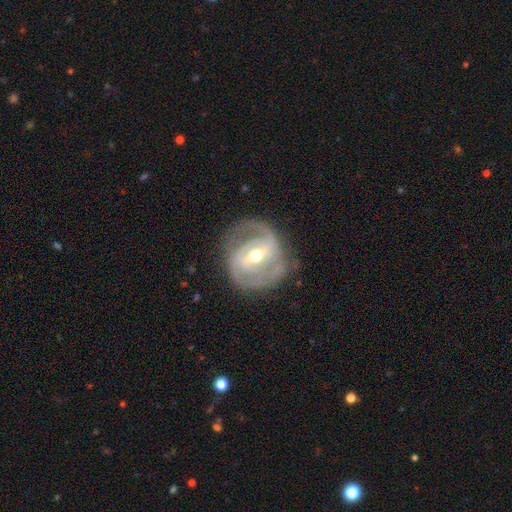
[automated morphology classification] This is clearly a featured or disk galaxy (84%). It is clearly not viewed edge-on (96%). Bar: marginally strong (43%). Spiral arm pattern: clearly yes (91%). Spiral arm count: likely 2 (67%). Spiral winding: marginally medium (43%, tied with tight). Central bulge: possibly moderate (58%). Merging: likely none (68%).